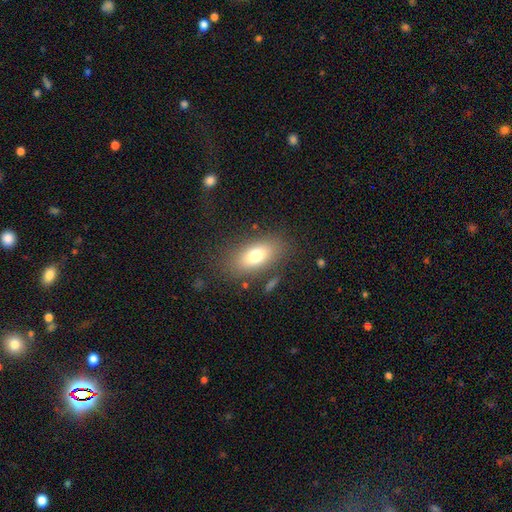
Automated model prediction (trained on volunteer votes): Morphology: type=smooth (75%); roundness=in between (86%); merging=none (80%).